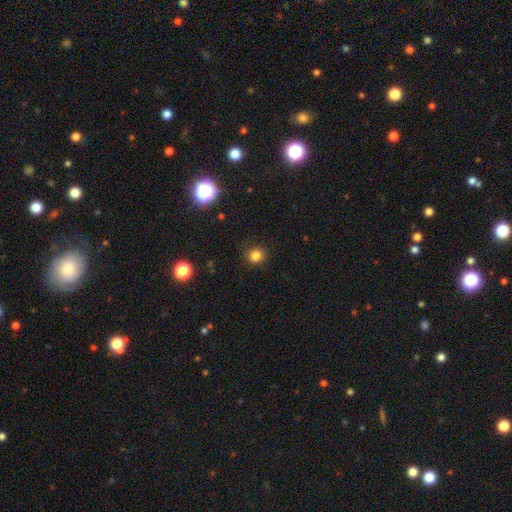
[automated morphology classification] This is clearly a smooth galaxy (82%). How rounded: clearly round (90%). Merging: clearly none (88%).